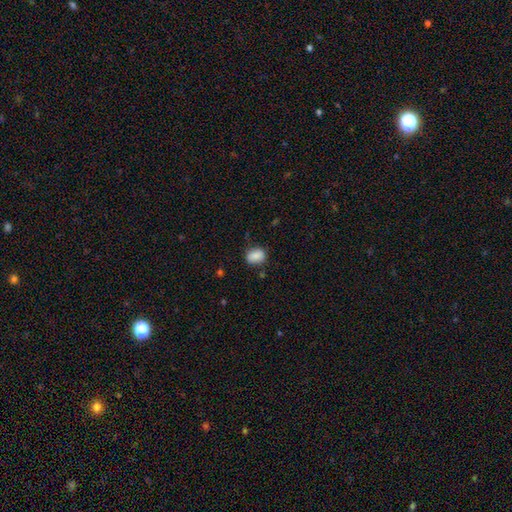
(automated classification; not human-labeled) smooth 86%, star or artifact 8%, featured or disk 6%. Down the decision tree: how rounded — in between (64%); merging — none (76%).